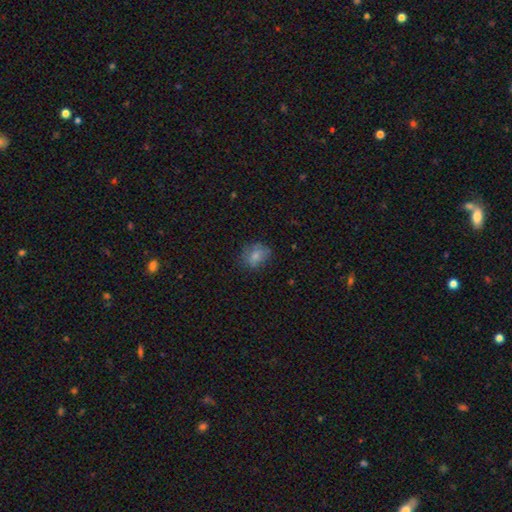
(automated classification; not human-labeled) Q: Smooth or featured?
A: smooth (77%); runner-up: featured or disk (13%)
Q: How rounded?
A: in between (52%); runner-up: round (47%)
Q: Merging?
A: none (68%); runner-up: minor disturbance (23%)